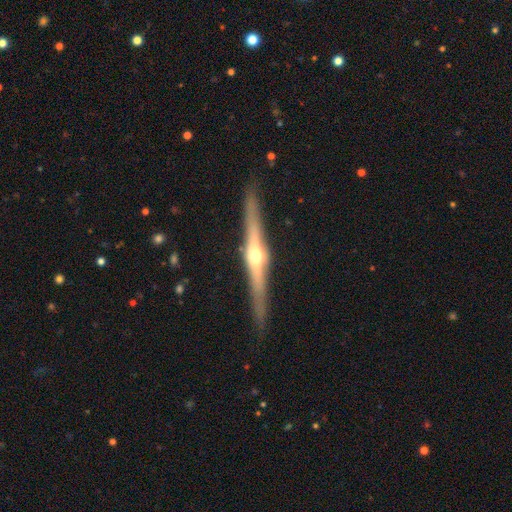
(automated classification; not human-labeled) smooth-or-featured: featured or disk: 81% | smooth: 14% | star or artifact: 5%
  disk-edge-on: yes: 98% | no: 2%
    edge-on-bulge: rounded: 91% | boxy: 6% | none: 4%
  merging: none: 89% | minor disturbance: 8% | major disturbance: 2% | merger: 1%